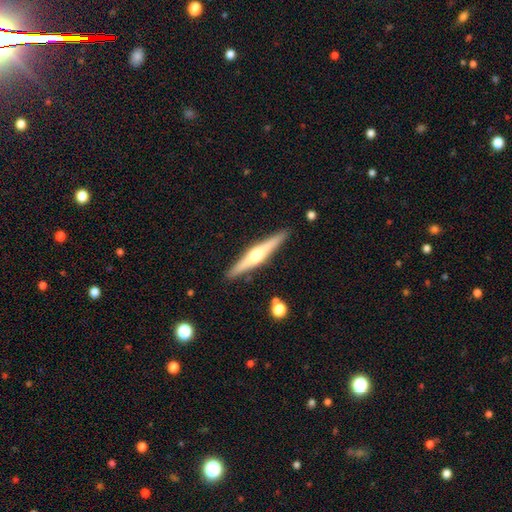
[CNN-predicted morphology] Smooth or featured?
  - featured or disk: 71% *
  - smooth: 24%
  - star or artifact: 5%
Edge-on disk?
  - yes: 98% *
  - no: 2%
Edge-on bulge?
  - rounded: 90% *
  - boxy: 6%
  - none: 4%
Merging?
  - none: 90% *
  - minor disturbance: 7%
  - merger: 1%
  - major disturbance: 1%